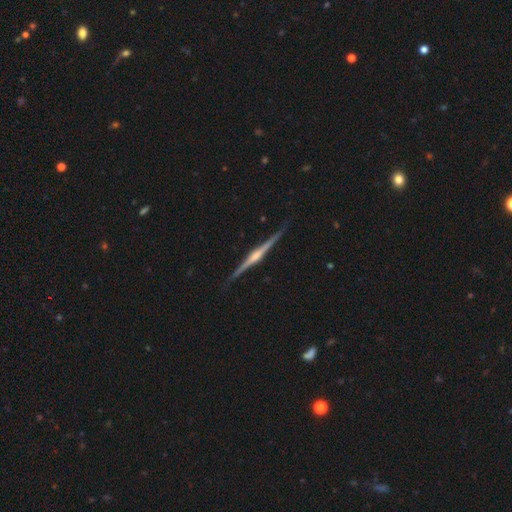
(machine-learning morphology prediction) This is clearly a featured or disk galaxy (85%). It is clearly viewed edge-on (99%). Edge-on bulge: clearly rounded (81%). Merging: clearly none (90%).